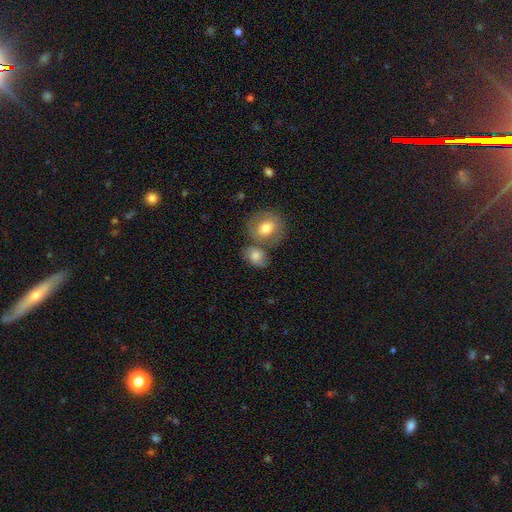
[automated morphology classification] The model was most divided on "how rounded": in between: 51%, round: 47%, cigar-shaped: 2%. Remaining: smooth or featured — smooth (65%); merging — none (42%).